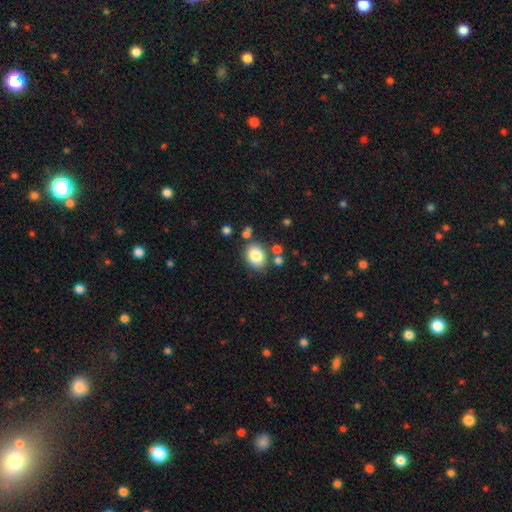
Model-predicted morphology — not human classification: A smooth galaxy with no disk features (83%) that is in between round and cigar-shaped (61%). Merging: none (74%).